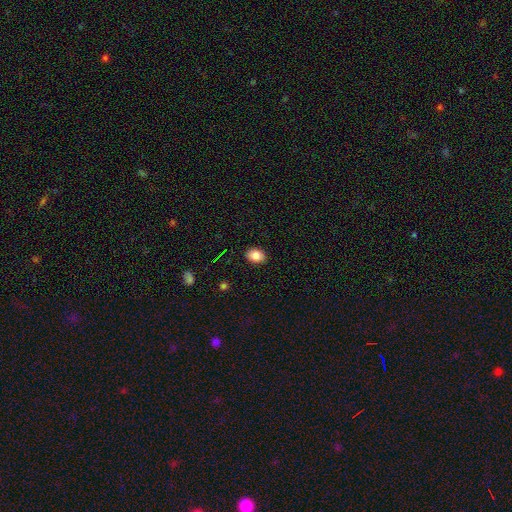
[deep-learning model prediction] This is clearly a smooth galaxy (83%). How rounded: likely in between (77%). Merging: clearly none (89%).